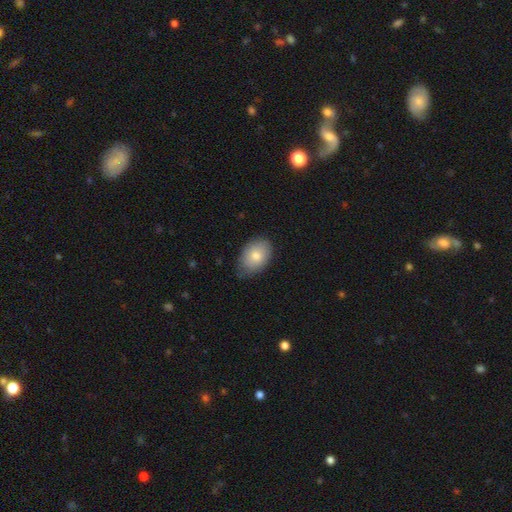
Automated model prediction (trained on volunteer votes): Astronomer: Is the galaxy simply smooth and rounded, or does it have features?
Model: smooth — 79%.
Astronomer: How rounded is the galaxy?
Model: in between — 84%.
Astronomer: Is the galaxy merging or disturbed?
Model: none — 72%.